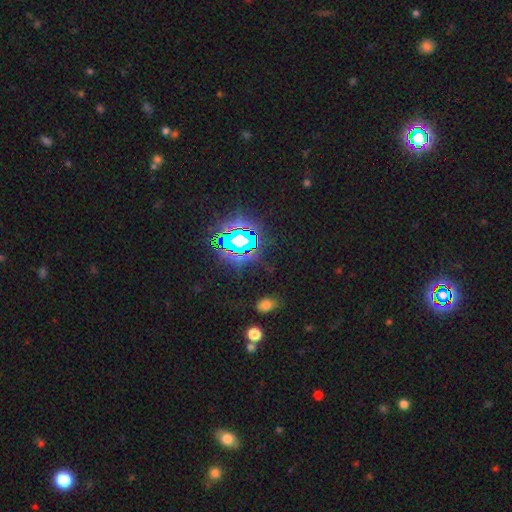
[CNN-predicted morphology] smooth-or-featured: star or artifact: 77% | smooth: 14% | featured or disk: 8%